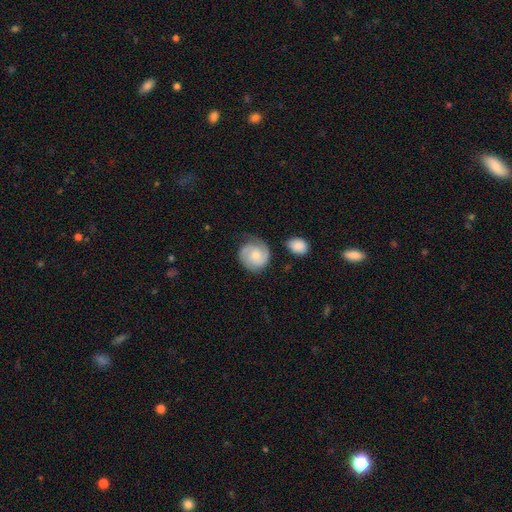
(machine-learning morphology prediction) Q: Smooth or featured?
A: featured or disk (64%); runner-up: smooth (29%)
Q: Edge-on disk?
A: no (98%); runner-up: yes (2%)
Q: Bar?
A: no (69%); runner-up: weak (27%)
Q: Spiral arms?
A: yes (93%); runner-up: no (7%)
Q: Spiral winding?
A: tight (53%); runner-up: medium (36%)
Q: Spiral arm count?
A: 2 (62%); runner-up: can't tell (14%)
Q: Bulge size?
A: moderate (46%); runner-up: small (42%)
Q: Merging?
A: none (65%); runner-up: minor disturbance (22%)